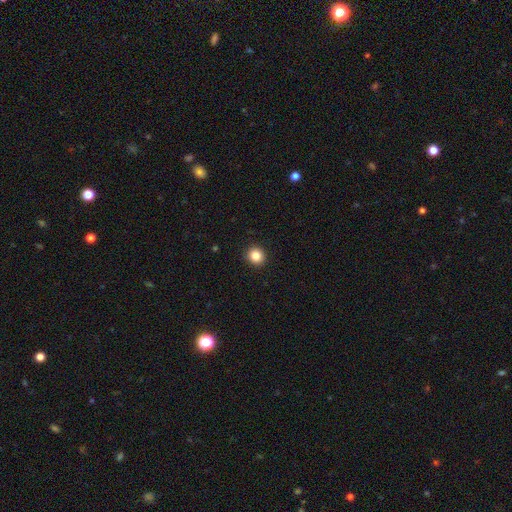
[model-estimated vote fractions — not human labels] Morphology: type=smooth (85%); roundness=round (88%); merging=none (93%).